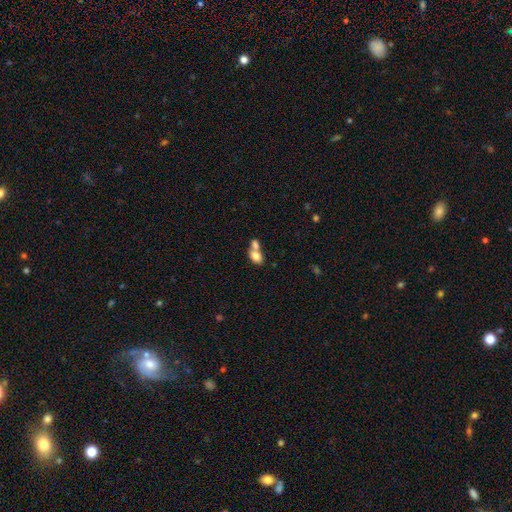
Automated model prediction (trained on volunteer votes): smooth-or-featured: smooth: 78% | featured or disk: 14% | star or artifact: 8%
  how-rounded: in between: 81% | round: 17% | cigar-shaped: 2%
  merging: merger: 63% | none: 26% | minor disturbance: 7% | major disturbance: 4%